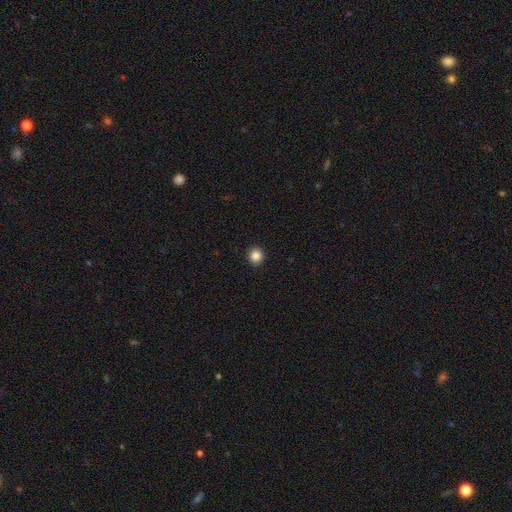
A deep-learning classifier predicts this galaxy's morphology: A smooth galaxy with no disk features (86%) that is round (91%).

Vote fractions:
- Smooth or featured? smooth: 86% / star or artifact: 10% / featured or disk: 3%
- How rounded? round: 91% / in between: 8% / cigar-shaped: 1%
- Merging? none: 93% / minor disturbance: 4% / major disturbance: 1% / merger: 1%